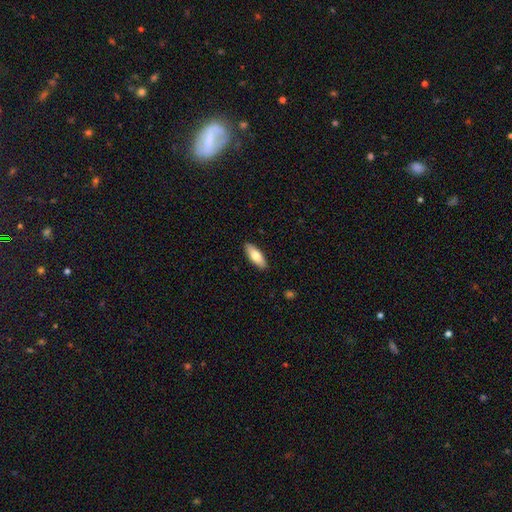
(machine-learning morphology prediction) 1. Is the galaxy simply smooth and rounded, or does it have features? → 76% smooth, 19% featured or disk, 6% star or artifact.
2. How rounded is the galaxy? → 73% in between, 25% cigar-shaped, 2% round.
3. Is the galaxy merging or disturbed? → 89% none, 8% minor disturbance, 2% major disturbance, 1% merger.